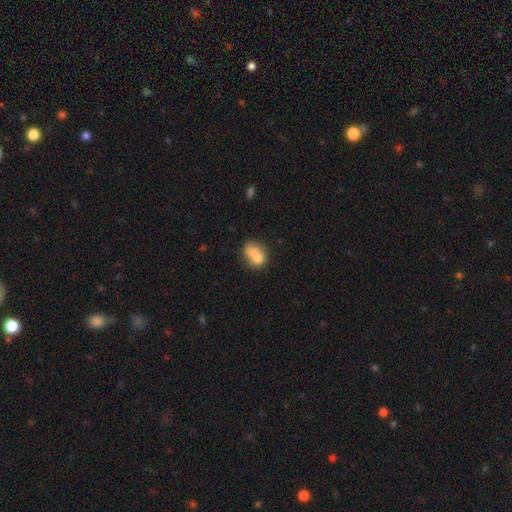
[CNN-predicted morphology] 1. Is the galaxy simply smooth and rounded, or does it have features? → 70% smooth, 21% featured or disk, 9% star or artifact.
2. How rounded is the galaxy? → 52% round, 47% in between, 1% cigar-shaped.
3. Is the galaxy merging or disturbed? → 60% merger, 26% none, 10% minor disturbance, 5% major disturbance.